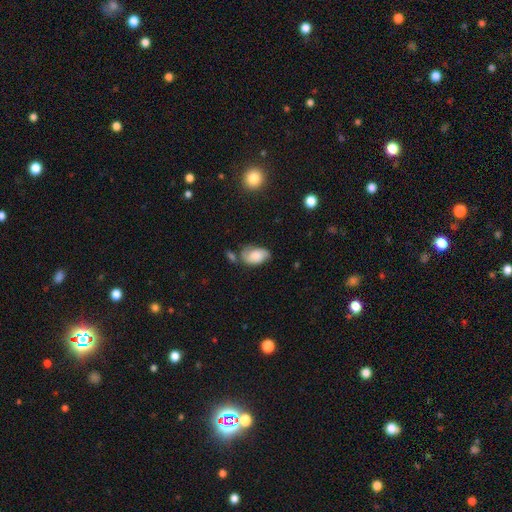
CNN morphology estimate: This appears to be a smooth galaxy with no disk features (47%). Merging: none (46%).